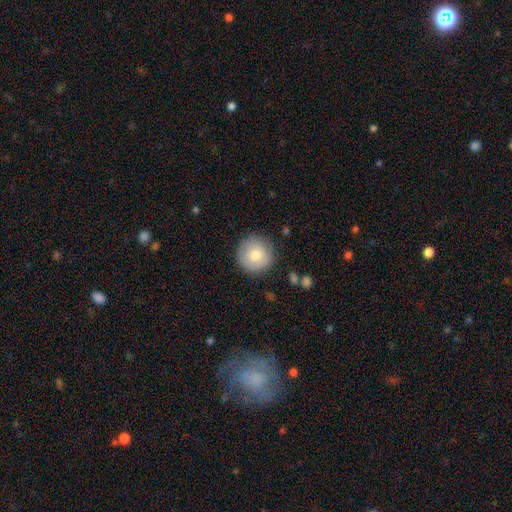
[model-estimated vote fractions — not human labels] Smooth or featured? smooth (77%)
How rounded? round (95%)
Merging? none (86%)